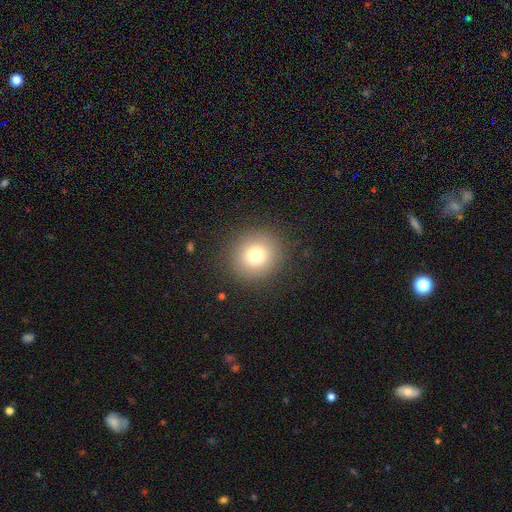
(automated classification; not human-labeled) Smooth or featured? smooth (76%)
How rounded? round (93%)
Merging? none (89%)